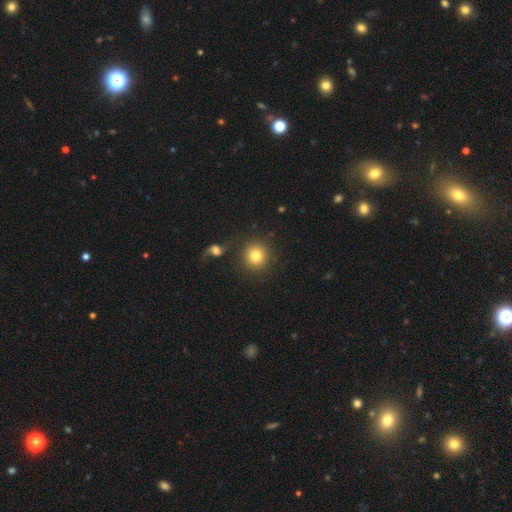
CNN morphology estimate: Q: Smooth or featured?
A: smooth (82%); runner-up: star or artifact (10%)
Q: How rounded?
A: round (92%); runner-up: in between (7%)
Q: Merging?
A: none (83%); runner-up: minor disturbance (7%)